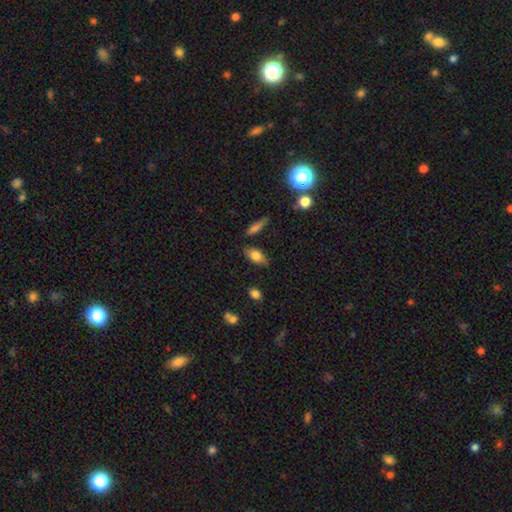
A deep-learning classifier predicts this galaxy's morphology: Smooth or featured? smooth (76%)
How rounded? in between (86%)
Merging? none (80%)